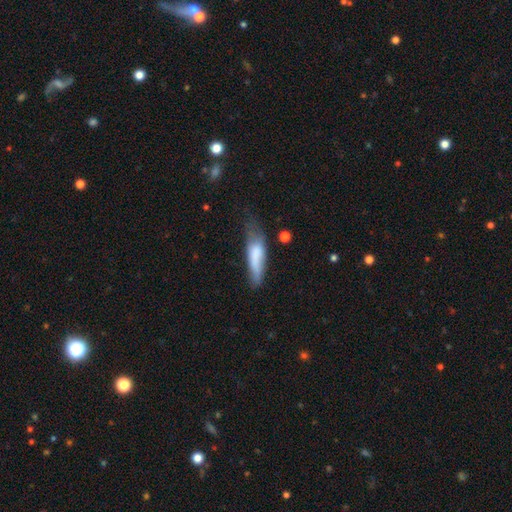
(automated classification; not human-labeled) Q: Smooth or featured?
A: smooth (71%); runner-up: featured or disk (22%)
Q: How rounded?
A: cigar-shaped (61%); runner-up: in between (37%)
Q: Merging?
A: none (37%); tied with: minor disturbance (37%)